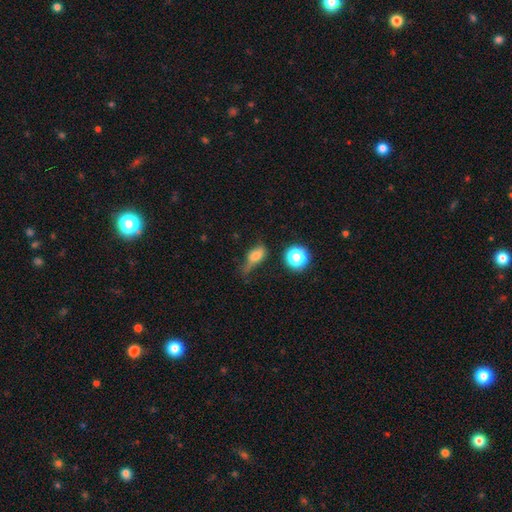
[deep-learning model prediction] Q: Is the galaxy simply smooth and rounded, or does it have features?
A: smooth — 63%.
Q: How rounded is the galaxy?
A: in between — 67%.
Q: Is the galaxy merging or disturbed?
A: none — 35%, tied with minor disturbance.